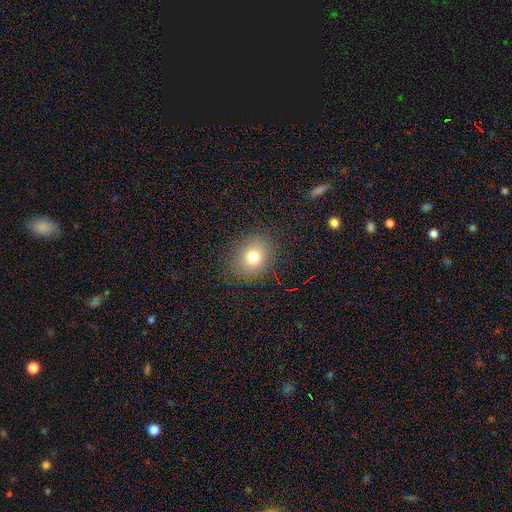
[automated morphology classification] Smooth or featured? smooth (75%)
How rounded? round (54%)
Merging? none (84%)